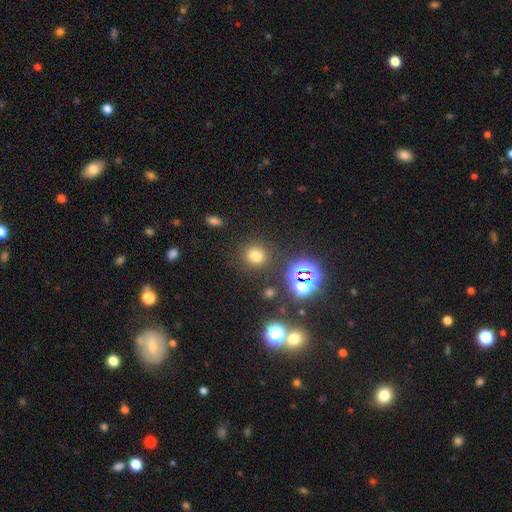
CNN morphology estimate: Smooth or featured? smooth (70%)
How rounded? round (86%)
Merging? none (85%)